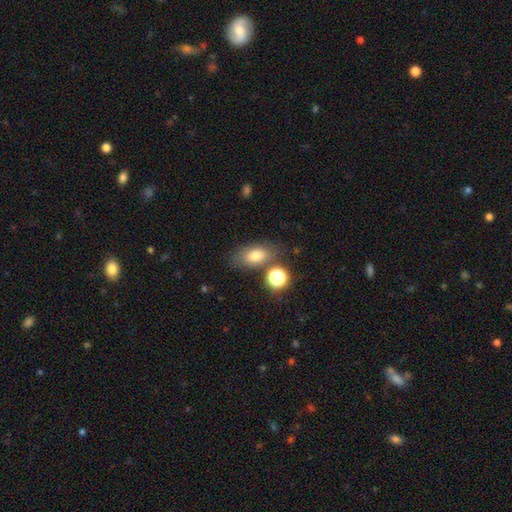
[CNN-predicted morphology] Overall: smooth (74%). How rounded: in between (82%). Merging: none (69%).